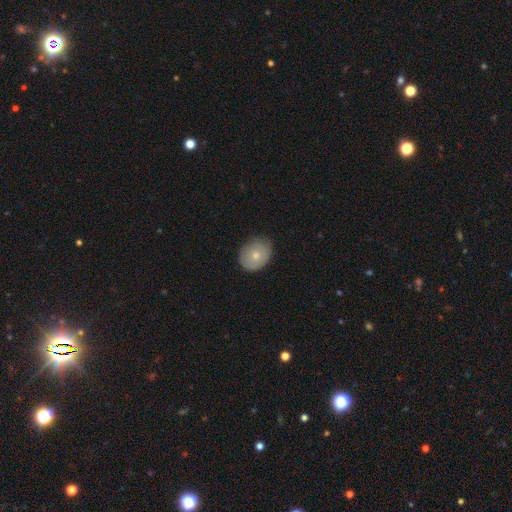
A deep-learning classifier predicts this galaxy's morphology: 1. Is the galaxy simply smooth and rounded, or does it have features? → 73% smooth, 19% featured or disk, 8% star or artifact.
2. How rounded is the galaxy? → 58% round, 41% in between, 1% cigar-shaped.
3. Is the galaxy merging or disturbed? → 77% none, 18% minor disturbance, 3% major disturbance, 1% merger.